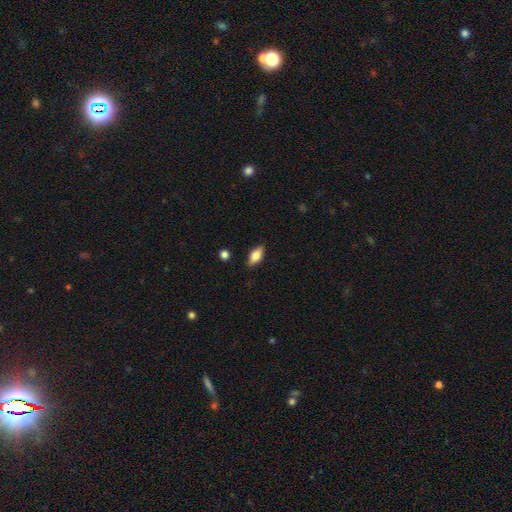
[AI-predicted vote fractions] A smooth galaxy with no disk features (73%) that is in between round and cigar-shaped (86%).

Vote fractions:
- Smooth or featured? smooth: 73% / featured or disk: 20% / star or artifact: 7%
- How rounded? in between: 86% / cigar-shaped: 10% / round: 4%
- Merging? none: 86% / minor disturbance: 11% / major disturbance: 2% / merger: 1%